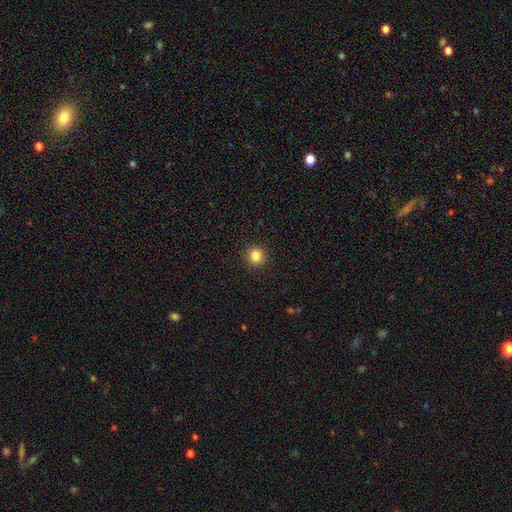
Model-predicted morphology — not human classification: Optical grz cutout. It shows a smooth galaxy with no disk features (84%) that is round (94%). Merging: none (93%).